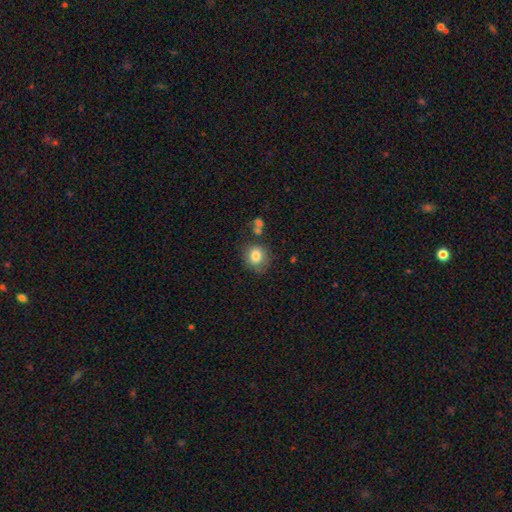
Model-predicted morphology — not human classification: Smooth or featured: smooth — 82% (featured or disk — 9%)
How rounded: round — 70% (in between — 29%)
Merging: none — 66% (minor disturbance — 19%)